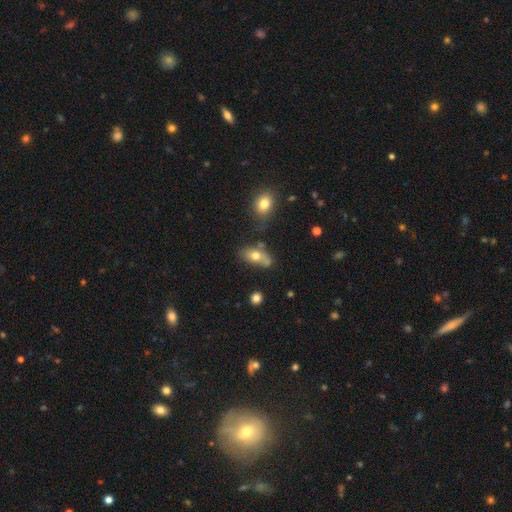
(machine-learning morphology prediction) type=smooth (70%); roundness=in between (82%); merging=none (48%).